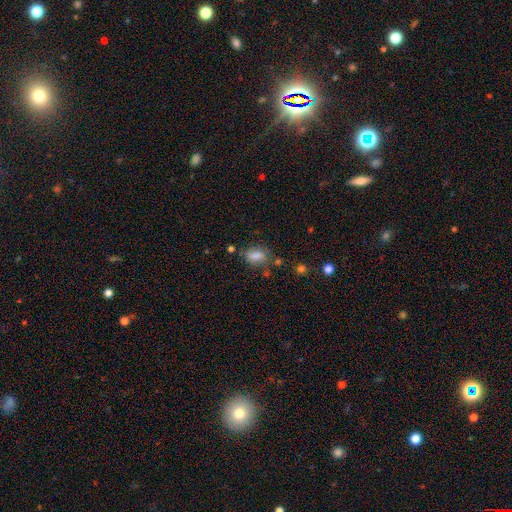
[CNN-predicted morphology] Smooth or featured? smooth (76%)
How rounded? in between (80%)
Merging? none (63%)